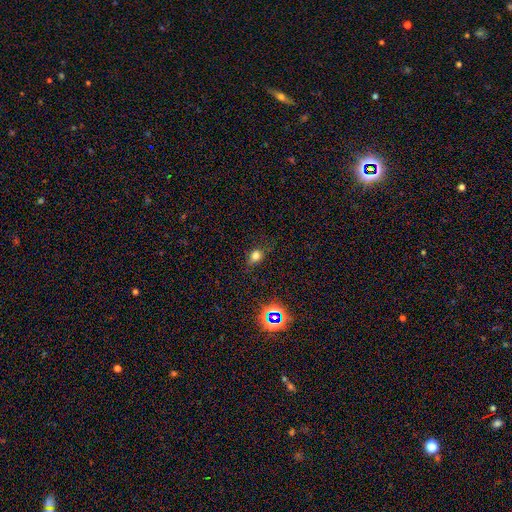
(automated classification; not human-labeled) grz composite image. It shows a smooth galaxy with no disk features (71%) that is in between round and cigar-shaped (51%). Merging: none (73%).